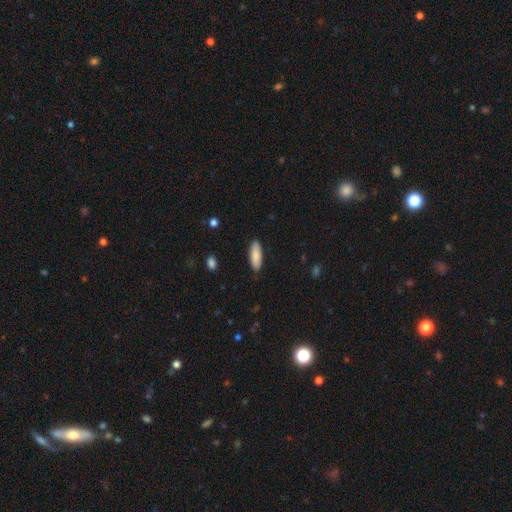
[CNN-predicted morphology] A smooth galaxy with no disk features (87%) that is in between round and cigar-shaped (60%). Merging: none (88%).